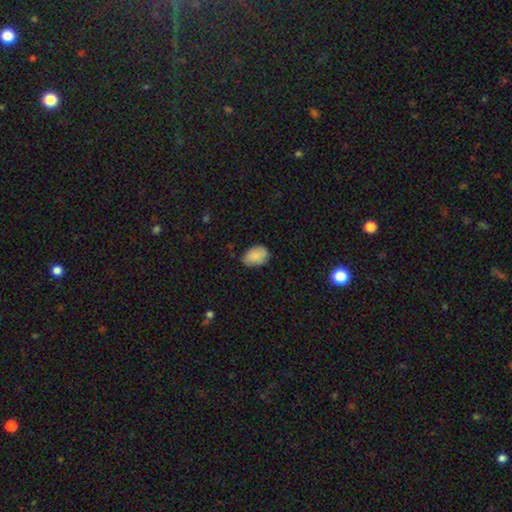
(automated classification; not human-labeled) smooth_or_featured: smooth (p=0.86) [alt: star or artifact p=0.07]
how_rounded: in between (p=0.77) [alt: round p=0.22]
merging: none (p=0.73) [alt: minor disturbance p=0.23]